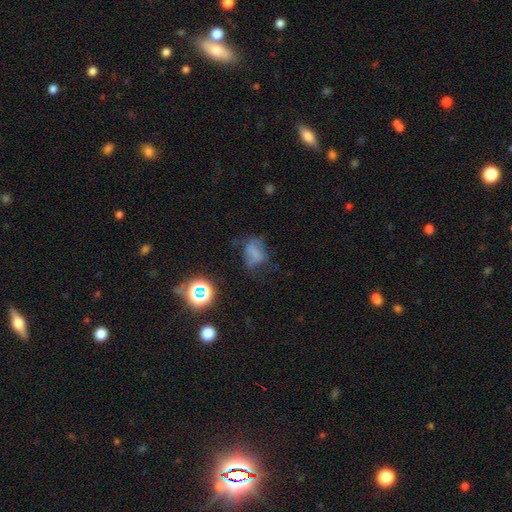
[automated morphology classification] A smooth galaxy with no disk features (44%). Merging: none (45%).